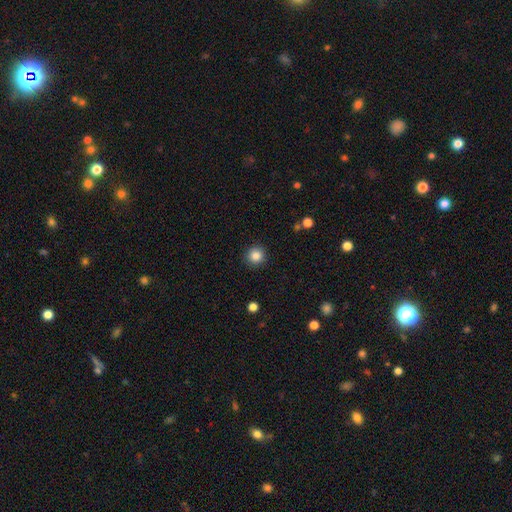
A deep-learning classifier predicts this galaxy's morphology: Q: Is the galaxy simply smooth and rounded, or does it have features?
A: smooth — 85%.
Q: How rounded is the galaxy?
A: round — 94%.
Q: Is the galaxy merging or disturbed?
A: none — 91%.